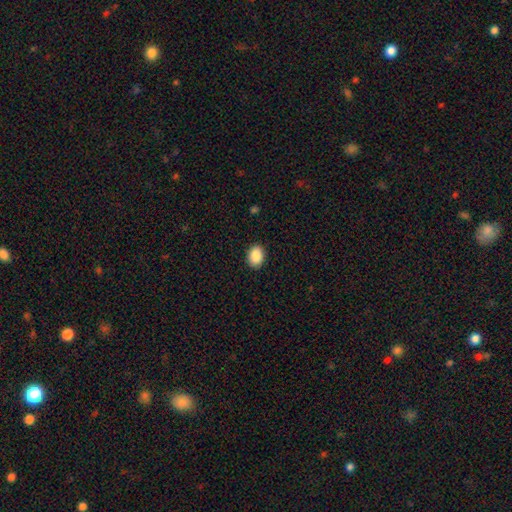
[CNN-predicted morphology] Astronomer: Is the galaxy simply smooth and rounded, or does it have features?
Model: smooth — 89%.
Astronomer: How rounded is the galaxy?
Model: in between — 68%.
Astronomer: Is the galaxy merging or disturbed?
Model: none — 90%.